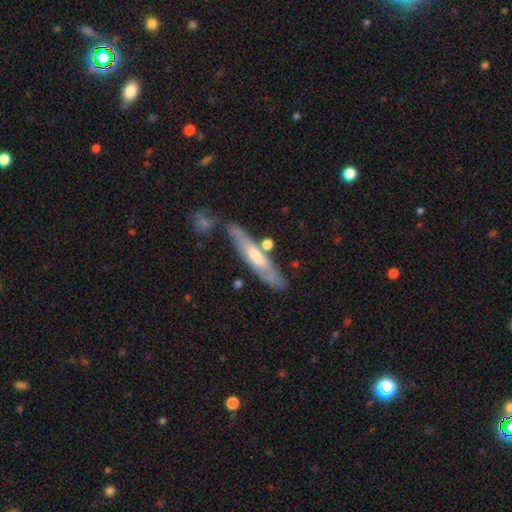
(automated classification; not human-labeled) This appears to be a featured or disk galaxy (64%) viewed edge-on (71%). Merging: none (68%).